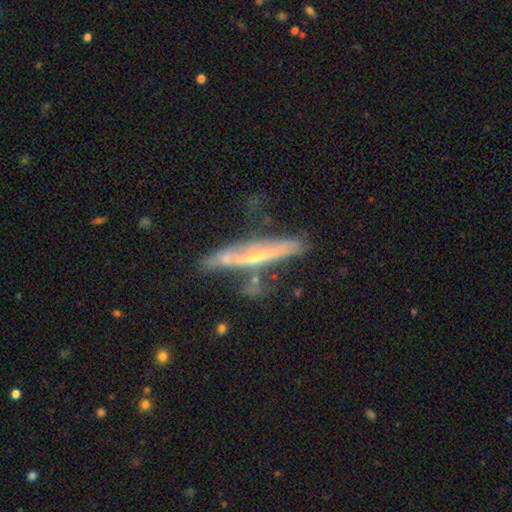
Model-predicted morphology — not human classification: A featured or disk galaxy (68%) viewed edge-on (83%) with a rounded central bulge (51%).

Vote fractions:
- Smooth or featured? featured or disk: 68% / smooth: 25% / star or artifact: 7%
- Edge-on disk? yes: 83% / no: 17%
- Edge-on bulge? rounded: 51% / none: 37% / boxy: 12%
- Merging? none: 52% / minor disturbance: 24% / merger: 14% / major disturbance: 10%